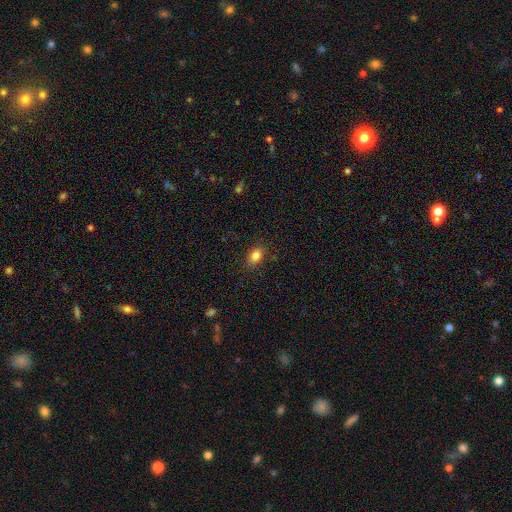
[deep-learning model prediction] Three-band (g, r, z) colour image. It shows a smooth galaxy with no disk features (84%) that is in between round and cigar-shaped (80%). Merging: none (86%).